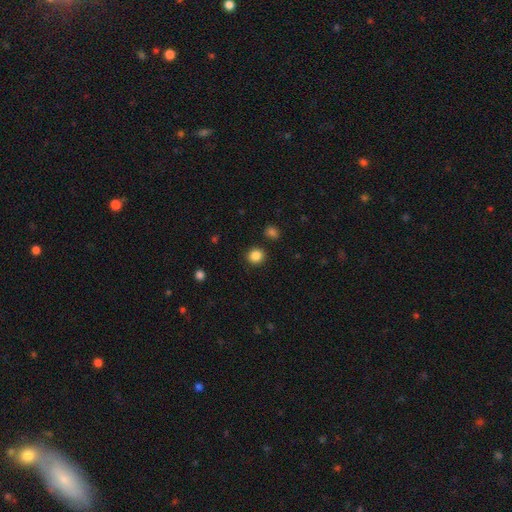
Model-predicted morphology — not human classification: This is clearly a smooth galaxy (86%). How rounded: clearly round (89%). Merging: clearly none (89%).